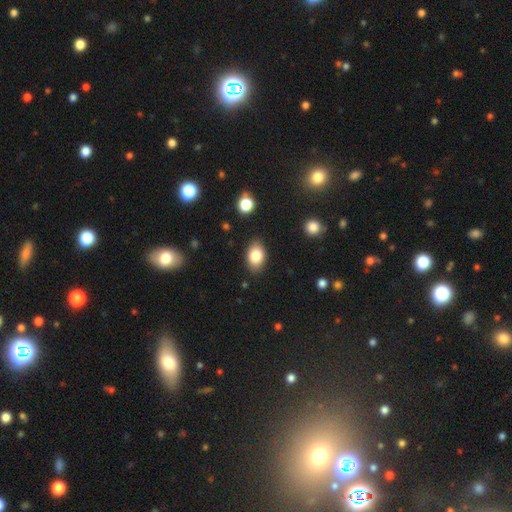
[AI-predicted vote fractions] Smooth or featured: smooth — 83% (featured or disk — 9%)
How rounded: in between — 87% (round — 12%)
Merging: none — 85% (minor disturbance — 11%)